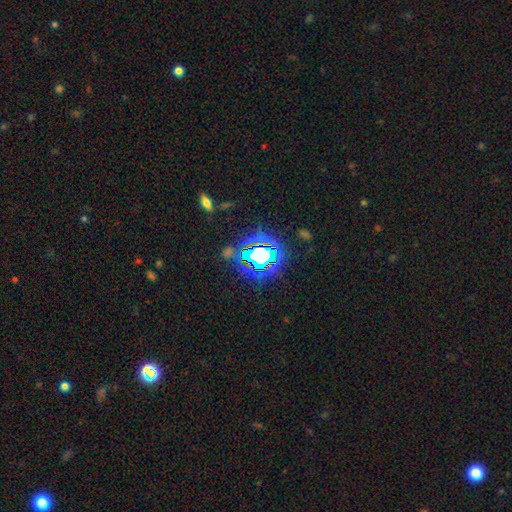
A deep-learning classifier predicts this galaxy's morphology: smooth-or-featured: star or artifact: 76% | smooth: 14% | featured or disk: 10%